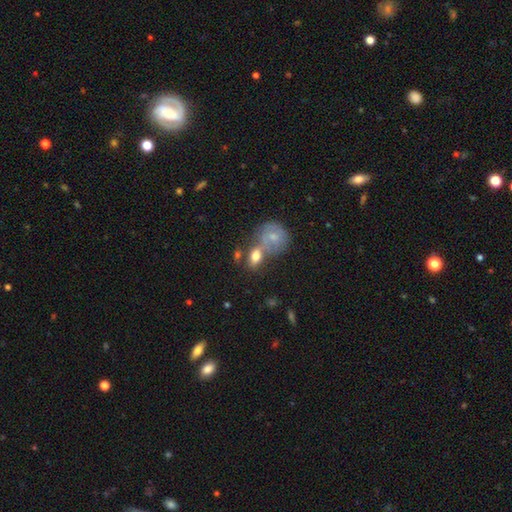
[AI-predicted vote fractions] A smooth galaxy with no disk features (71%) that is in between round and cigar-shaped (68%).

Vote fractions:
- Smooth or featured? smooth: 71% / featured or disk: 21% / star or artifact: 8%
- How rounded? in between: 68% / round: 27% / cigar-shaped: 5%
- Merging? merger: 40% (tied) / none: 40% (tied) / minor disturbance: 14% / major disturbance: 6%